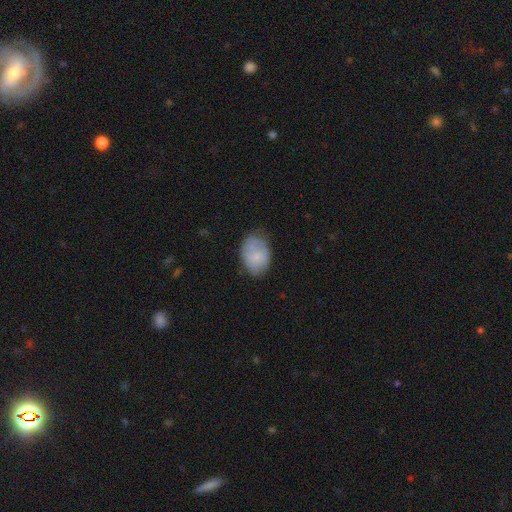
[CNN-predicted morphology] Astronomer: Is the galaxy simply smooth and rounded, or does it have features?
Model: smooth — 69%.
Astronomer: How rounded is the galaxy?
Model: in between — 79%.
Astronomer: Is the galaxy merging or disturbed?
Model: none — 61%.